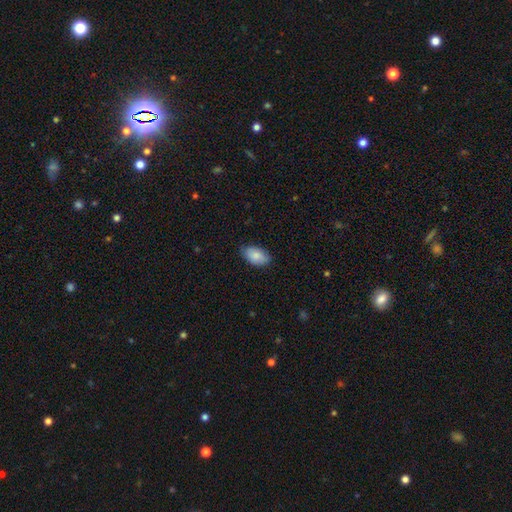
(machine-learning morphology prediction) smooth_or_featured: smooth (p=0.84) [alt: featured or disk p=0.09]
how_rounded: in between (p=0.93) [alt: round p=0.05]
merging: none (p=0.79) [alt: minor disturbance p=0.17]